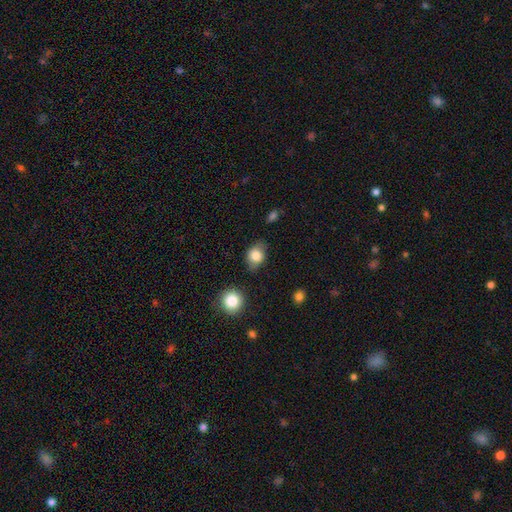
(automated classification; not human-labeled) Overall: smooth (81%). How rounded: in between (57%; round 42%). Merging: none (71%).